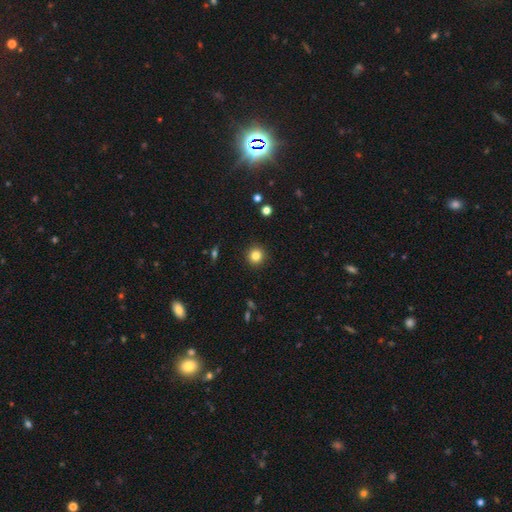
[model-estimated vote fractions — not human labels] Smooth or featured? Predicted: smooth (p=0.83). How rounded? Predicted: round (p=0.93). Merging? Predicted: none (p=0.92).